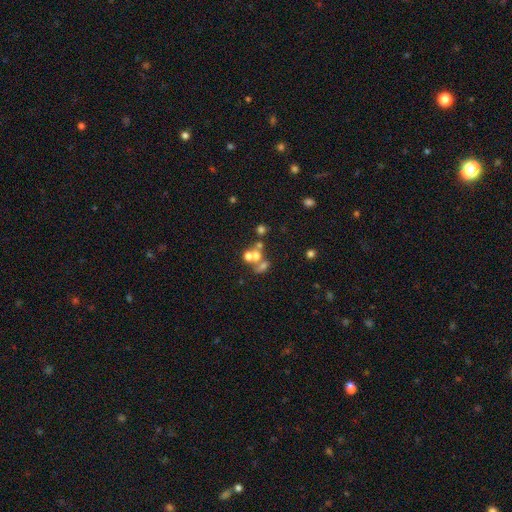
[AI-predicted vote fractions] Smooth or featured? Predicted: smooth (p=0.51). How rounded? Predicted: round (p=0.69). Merging? Predicted: merger (p=0.53).